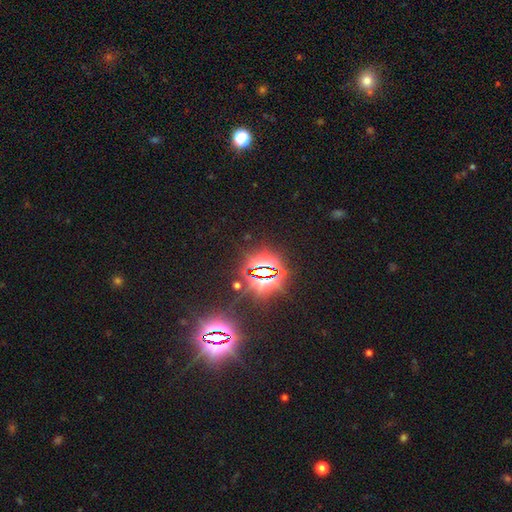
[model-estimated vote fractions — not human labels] smooth-or-featured: star or artifact: 83% | smooth: 9% | featured or disk: 7%